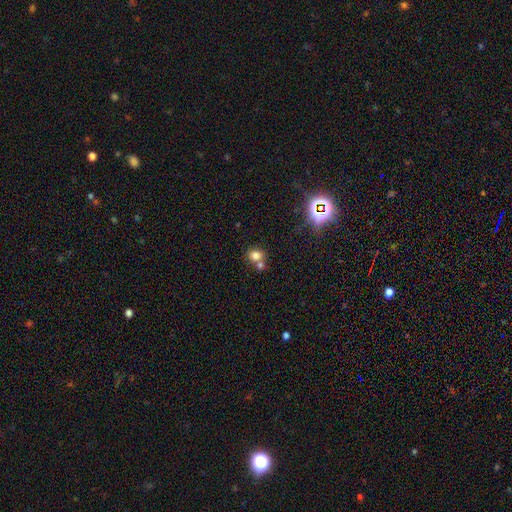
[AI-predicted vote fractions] Smooth or featured? Predicted: smooth (p=0.76). How rounded? Predicted: round (p=0.62). Merging? Predicted: none (p=0.50).